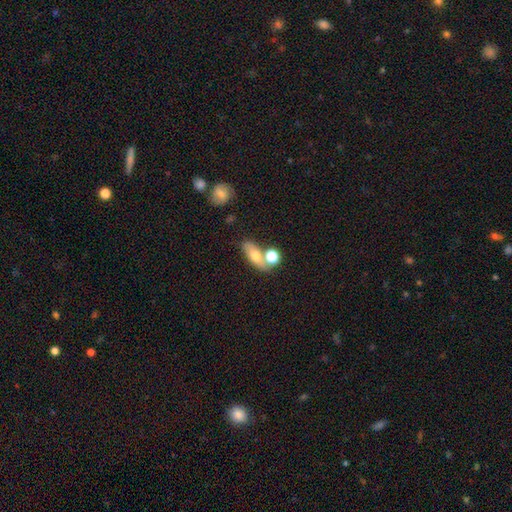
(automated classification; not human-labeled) smooth-or-featured: smooth: 66% | featured or disk: 24% | star or artifact: 10%
  how-rounded: in between: 65% | cigar-shaped: 18% | round: 17%
  merging: none: 50% | merger: 30% | minor disturbance: 13% | major disturbance: 6%